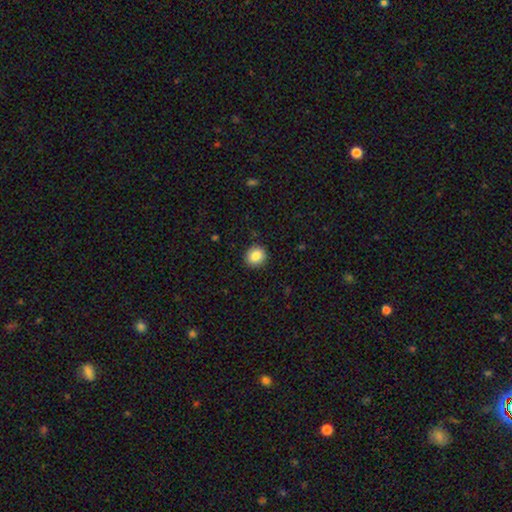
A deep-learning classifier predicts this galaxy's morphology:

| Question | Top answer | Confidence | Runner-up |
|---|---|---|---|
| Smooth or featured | smooth | 87% | star or artifact (9%) |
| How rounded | round | 86% | in between (13%) |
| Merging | none | 90% | minor disturbance (7%) |